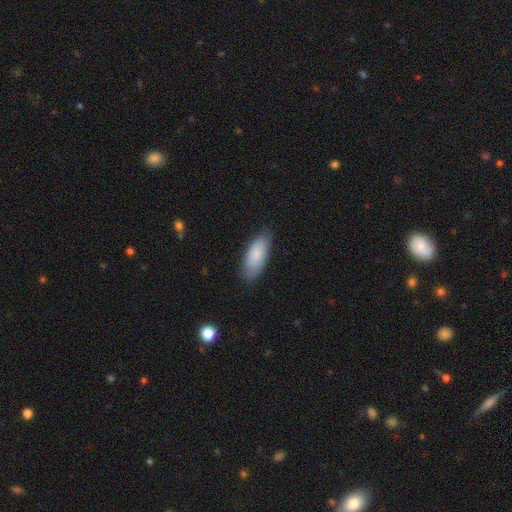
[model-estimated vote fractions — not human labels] Smooth or featured?
  - smooth: 83% *
  - featured or disk: 12%
  - star or artifact: 6%
How rounded?
  - in between: 81% *
  - cigar-shaped: 18%
  - round: 2%
Merging?
  - none: 81% *
  - minor disturbance: 15%
  - major disturbance: 3%
  - merger: 1%